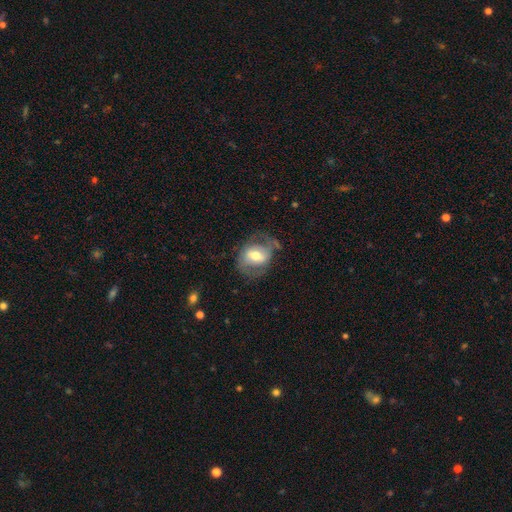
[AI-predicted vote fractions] Smooth or featured?
  - featured or disk: 54% *
  - smooth: 39%
  - star or artifact: 7%
Edge-on disk?
  - no: 94% *
  - yes: 6%
Bar?
  - weak: 41% *
  - strong: 32%
  - no: 27%
Spiral arms?
  - yes: 59% *
  - no: 41%
Bulge size?
  - moderate: 64% *
  - small: 17%
  - large: 16%
  - dominant: 2%
  - none: 1%
Merging?
  - none: 56% *
  - minor disturbance: 23%
  - major disturbance: 19%
  - merger: 2%